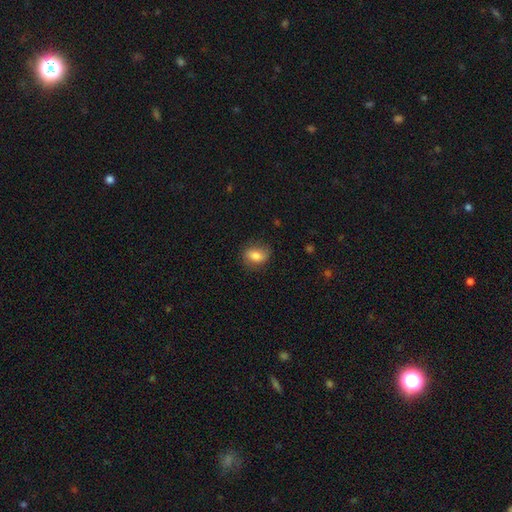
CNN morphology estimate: The model was most divided on "how rounded": in between: 70%, round: 27%, cigar-shaped: 2%. More confident: merging — none (77%); smooth or featured — smooth (77%).